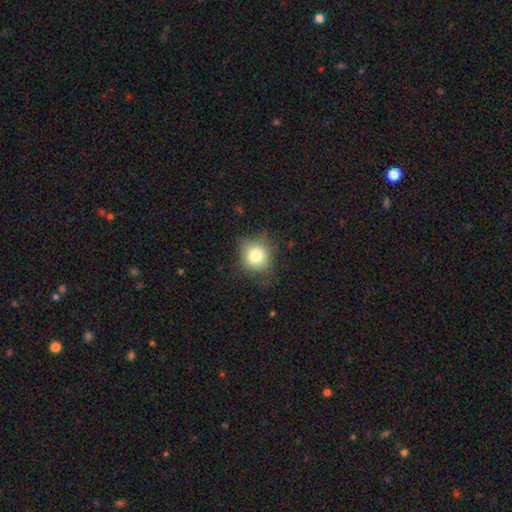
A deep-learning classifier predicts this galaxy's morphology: A smooth galaxy with no disk features (80%) that is round (83%). Merging: none (77%).